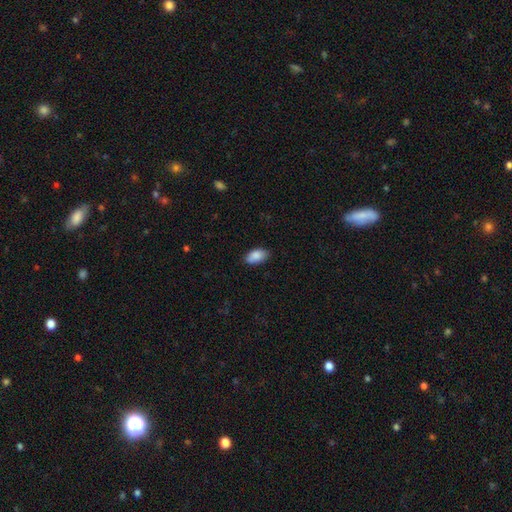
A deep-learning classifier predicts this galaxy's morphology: Smooth or featured? Predicted: smooth (p=0.88). How rounded? Predicted: in between (p=0.94). Merging? Predicted: none (p=0.85).